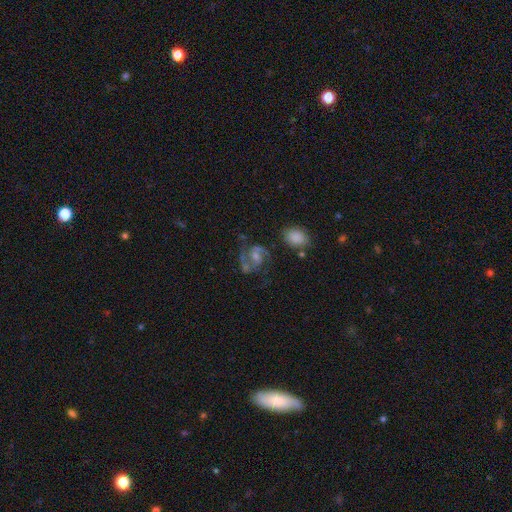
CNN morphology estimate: smooth-or-featured: featured or disk: 80% | smooth: 11% | star or artifact: 9%
  disk-edge-on: no: 98% | yes: 2%
    bar: weak: 46% | no: 39% | strong: 16%
    has-spiral-arms: yes: 93% | no: 7%
      spiral-winding: medium: 57% | loose: 24% | tight: 18%
      spiral-arm-count: 2: 87% | can't tell: 5% | 1: 3% | 3: 2% | 4: 1% | more than 4: 1%
    bulge-size: small: 44% | moderate: 43% | none: 8% | large: 4% | dominant: 1%
  merging: none: 61% | minor disturbance: 18% | major disturbance: 14% | merger: 8%